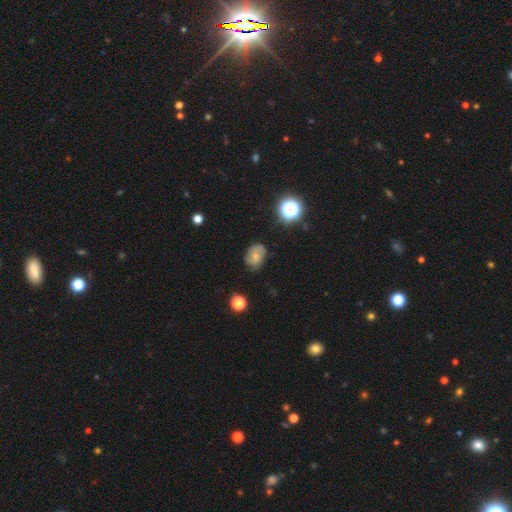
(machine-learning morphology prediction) Q: Smooth or featured?
A: smooth (49%); runner-up: featured or disk (39%)
Q: Merging?
A: none (66%); runner-up: minor disturbance (25%)